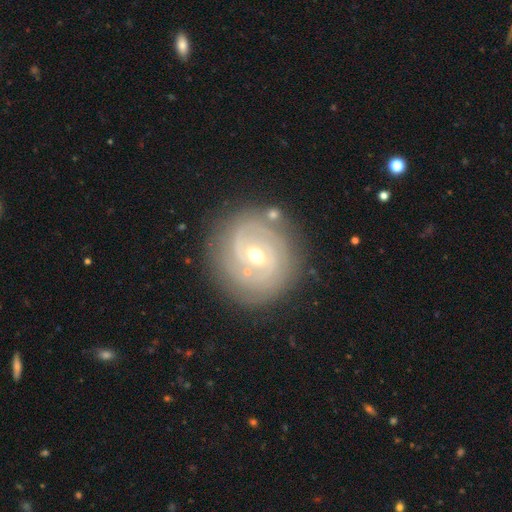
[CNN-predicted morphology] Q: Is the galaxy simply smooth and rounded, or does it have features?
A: featured or disk — 84%.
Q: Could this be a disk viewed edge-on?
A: no — 97%.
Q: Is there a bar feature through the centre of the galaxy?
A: weak — 45%.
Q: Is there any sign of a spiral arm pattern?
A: yes — 94%.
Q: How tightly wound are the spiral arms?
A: tight — 72%.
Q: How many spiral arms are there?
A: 2 — 55%.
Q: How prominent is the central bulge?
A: moderate — 54%.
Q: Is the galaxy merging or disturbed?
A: none — 81%.